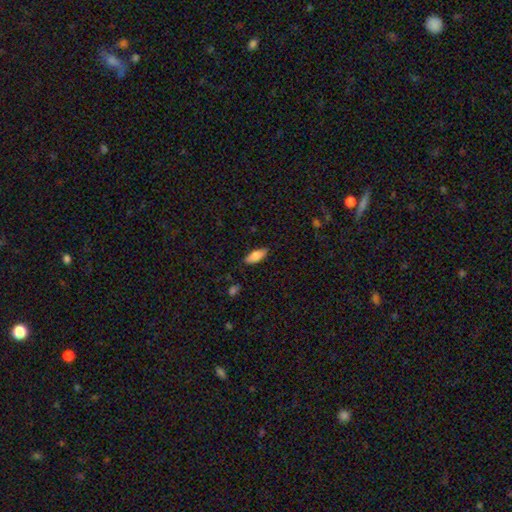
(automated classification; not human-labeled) Smooth or featured: smooth — 78% (featured or disk — 16%)
How rounded: in between — 76% (cigar-shaped — 22%)
Merging: none — 85% (minor disturbance — 11%)